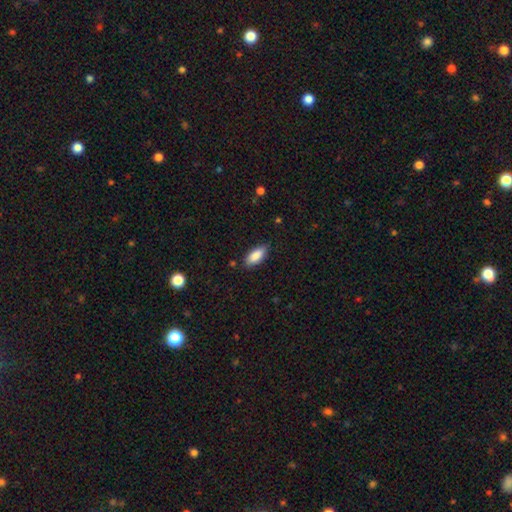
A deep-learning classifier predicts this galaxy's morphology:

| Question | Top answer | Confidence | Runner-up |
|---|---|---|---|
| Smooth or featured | smooth | 87% | featured or disk (7%) |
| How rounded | in between | 85% | cigar-shaped (13%) |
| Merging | none | 83% | minor disturbance (13%) |